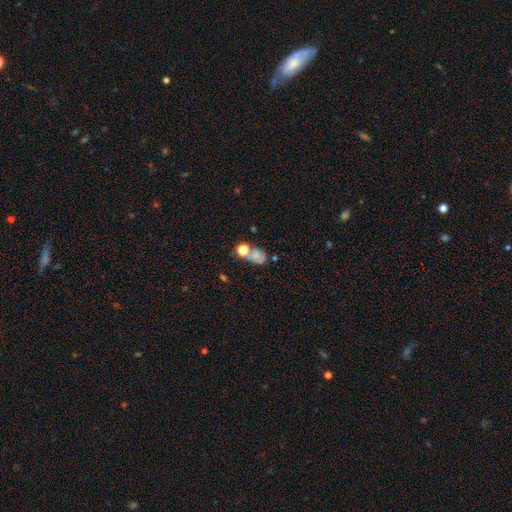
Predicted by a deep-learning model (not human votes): Q: Smooth or featured?
A: smooth (56%); runner-up: featured or disk (24%)
Q: How rounded?
A: in between (54%); runner-up: round (44%)
Q: Merging?
A: merger (34%); runner-up: none (33%)